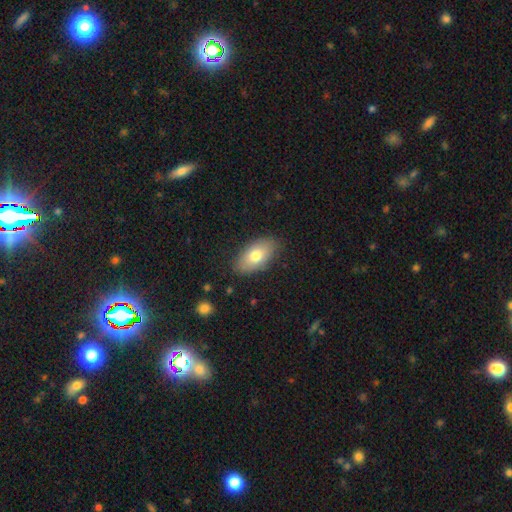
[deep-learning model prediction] This appears to be a smooth galaxy with no disk features (74%) that is in between round and cigar-shaped (93%). Merging: none (85%).